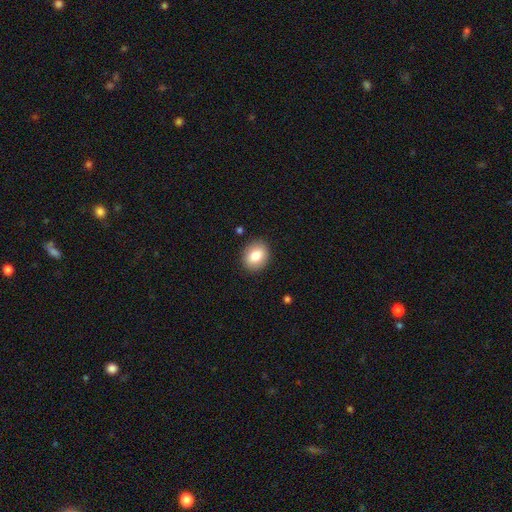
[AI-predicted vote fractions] smooth-or-featured: smooth: 81% | featured or disk: 11% | star or artifact: 8%
  how-rounded: in between: 52% | round: 47% | cigar-shaped: 1%
  merging: none: 89% | minor disturbance: 8% | major disturbance: 2% | merger: 1%